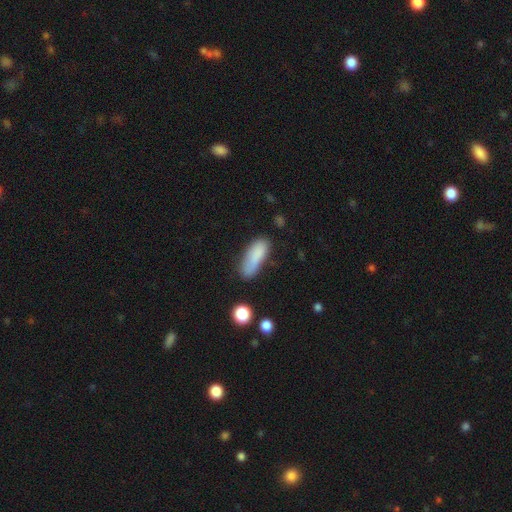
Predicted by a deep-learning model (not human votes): This appears to be a smooth galaxy with no disk features (83%) that is in between round and cigar-shaped (60%). Merging: none (58%).